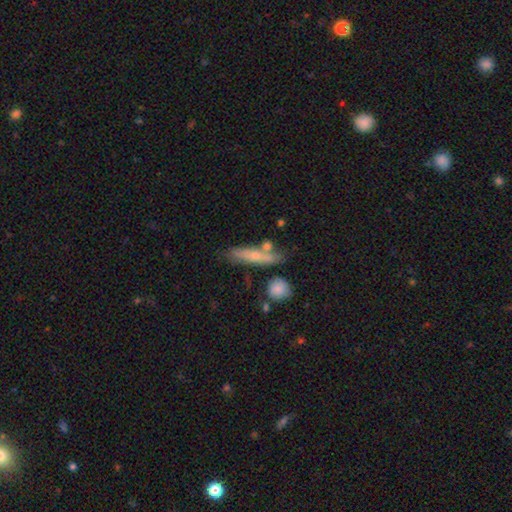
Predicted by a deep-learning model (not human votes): A smooth galaxy with no disk features (55%) that is cigar-shaped (78%). Merging: none (64%).